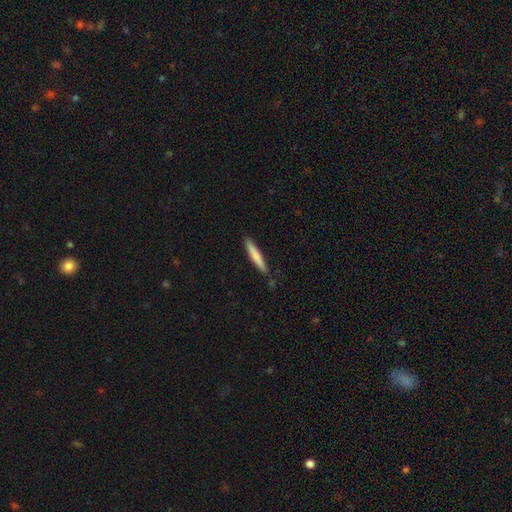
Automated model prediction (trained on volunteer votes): smooth-or-featured: smooth: 76% | featured or disk: 19% | star or artifact: 5%
  how-rounded: cigar-shaped: 94% | in between: 5% | round: 1%
  merging: none: 85% | minor disturbance: 11% | merger: 2% | major disturbance: 2%